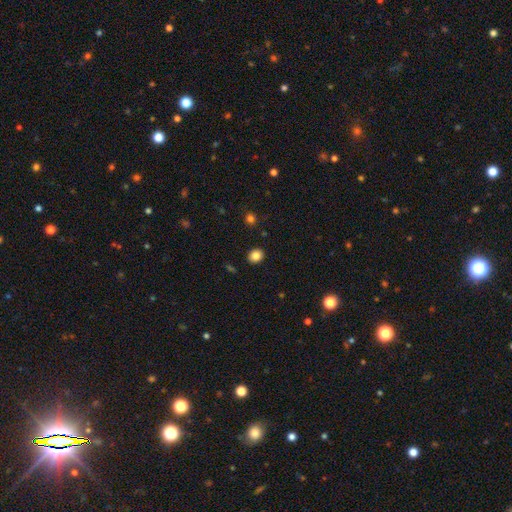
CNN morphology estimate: This is clearly a smooth galaxy (85%). How rounded: likely round (64%). Merging: clearly none (90%).